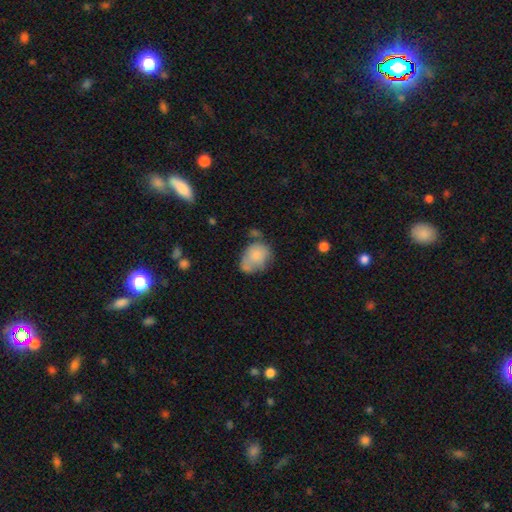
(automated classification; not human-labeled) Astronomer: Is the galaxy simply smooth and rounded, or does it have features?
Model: smooth — 76%.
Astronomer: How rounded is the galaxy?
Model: in between — 62% (runner-up: round, 37%).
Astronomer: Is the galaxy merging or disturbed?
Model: none — 37% (runner-up: minor disturbance, 29%).